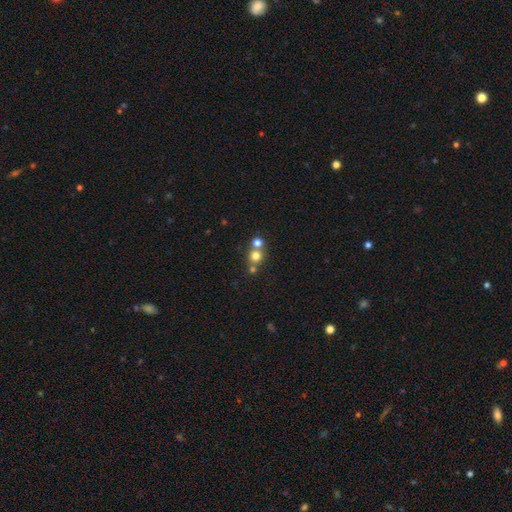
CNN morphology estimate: The model was most divided on "merging": none: 52%, merger: 39%, minor disturbance: 6%, major disturbance: 3%. More confident: how rounded — round (89%); smooth or featured — smooth (73%).